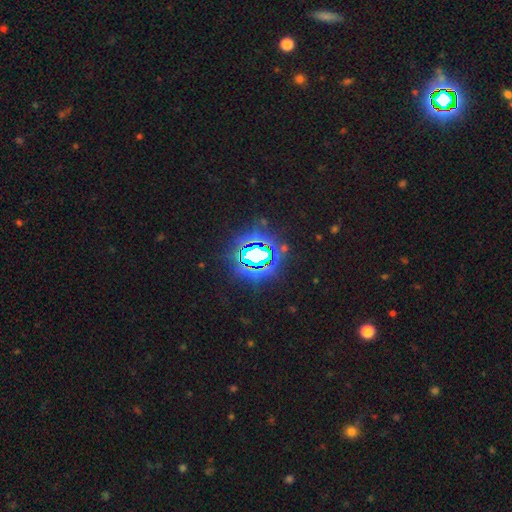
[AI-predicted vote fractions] Smooth or featured: star or artifact — 76% (smooth — 13%)